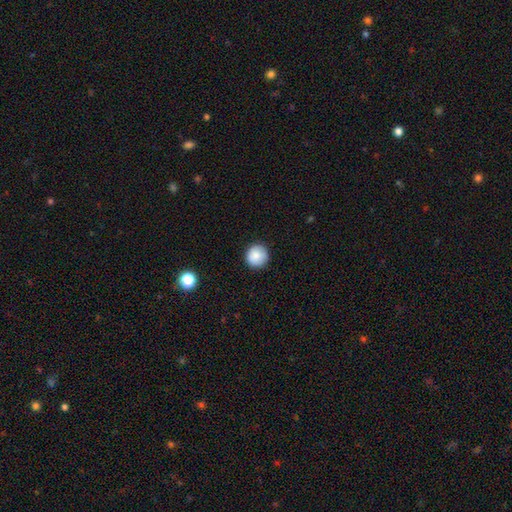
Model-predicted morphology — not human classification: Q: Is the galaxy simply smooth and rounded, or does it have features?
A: smooth — 86%.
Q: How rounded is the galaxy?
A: round — 95%.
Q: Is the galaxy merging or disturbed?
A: none — 90%.